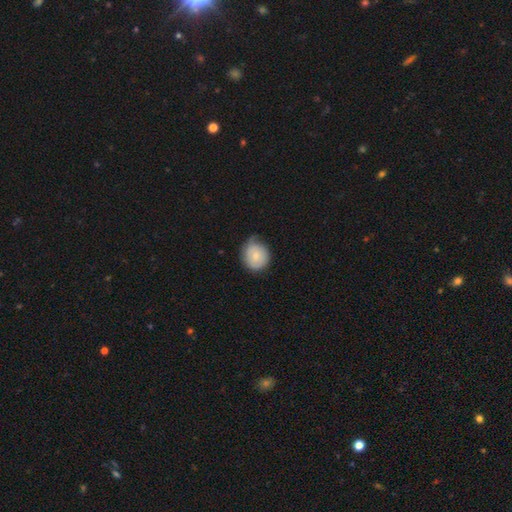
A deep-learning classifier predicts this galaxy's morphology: type=smooth (72%); roundness=round (81%); merging=none (50%).